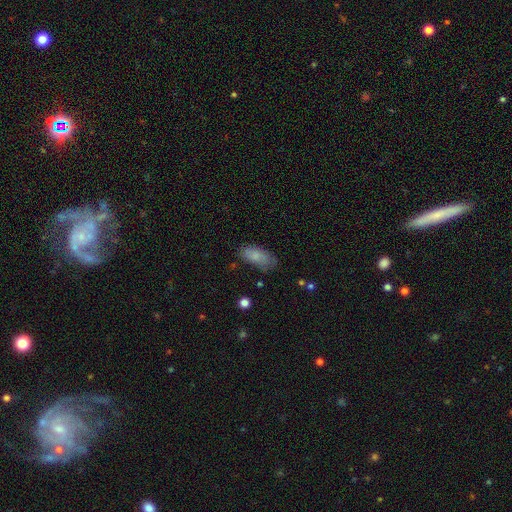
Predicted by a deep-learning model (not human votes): Morphology: type=smooth (77%); roundness=in between (87%); merging=none (65%).